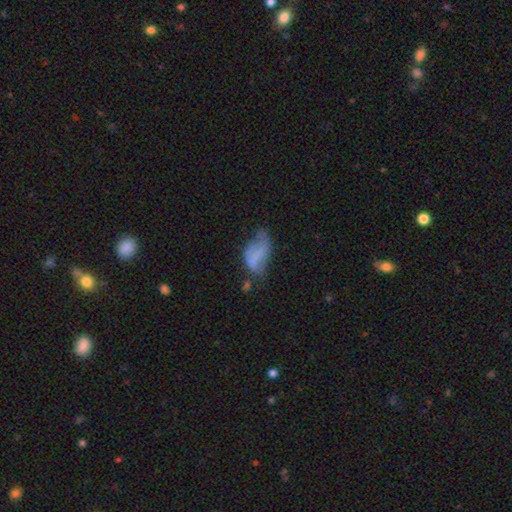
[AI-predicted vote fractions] Overall: smooth (53%; featured or disk 36%). How rounded: in between (91%). Merging: major disturbance (33%; minor disturbance 30%).